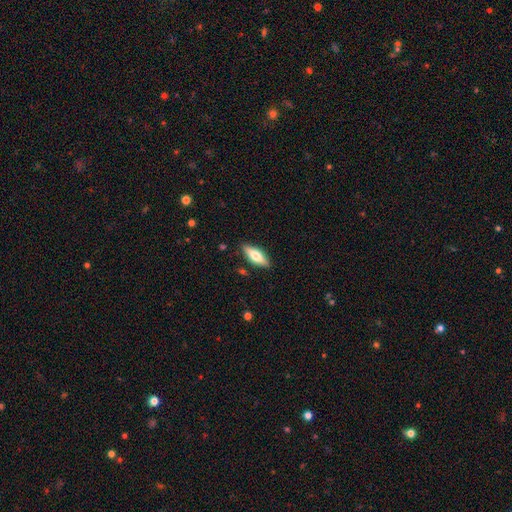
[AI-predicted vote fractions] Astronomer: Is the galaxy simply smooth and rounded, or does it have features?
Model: smooth — 56% (runner-up: featured or disk, 38%).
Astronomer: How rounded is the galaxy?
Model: in between — 58% (runner-up: cigar-shaped, 40%).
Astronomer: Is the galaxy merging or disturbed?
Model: none — 86%.